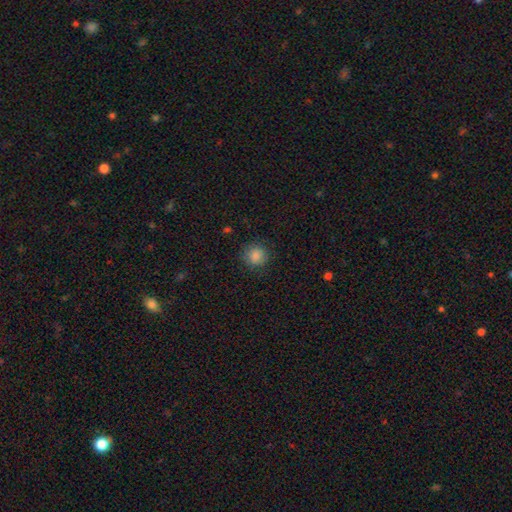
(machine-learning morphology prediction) Q: Smooth or featured?
A: smooth (85%); runner-up: star or artifact (11%)
Q: How rounded?
A: round (91%); runner-up: in between (8%)
Q: Merging?
A: none (87%); runner-up: minor disturbance (9%)